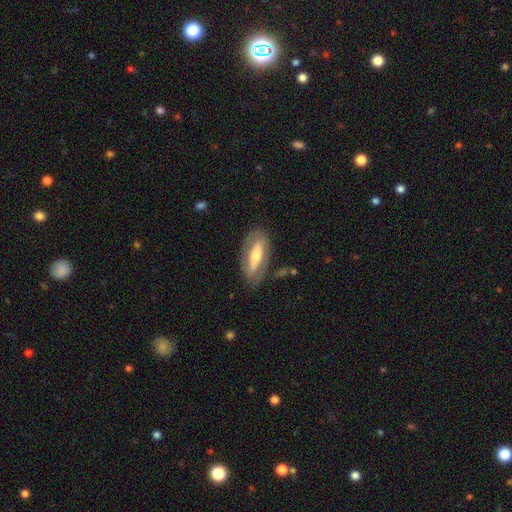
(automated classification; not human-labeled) Overall: featured or disk (58%; smooth 37%). Edge-on disk: no (75%). Merging: none (76%).